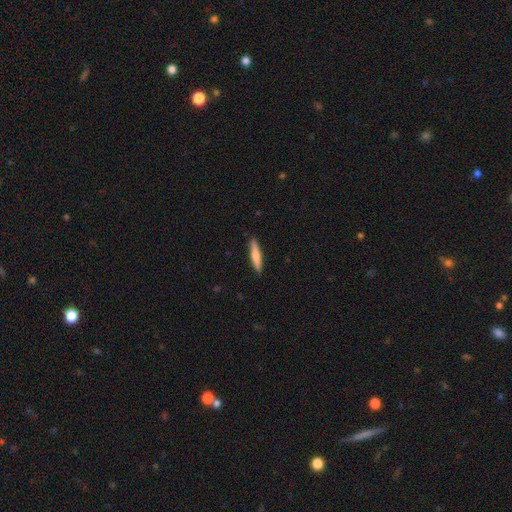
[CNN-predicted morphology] Smooth or featured? Predicted: smooth (p=0.64). How rounded? Predicted: cigar-shaped (p=0.89). Merging? Predicted: none (p=0.91).